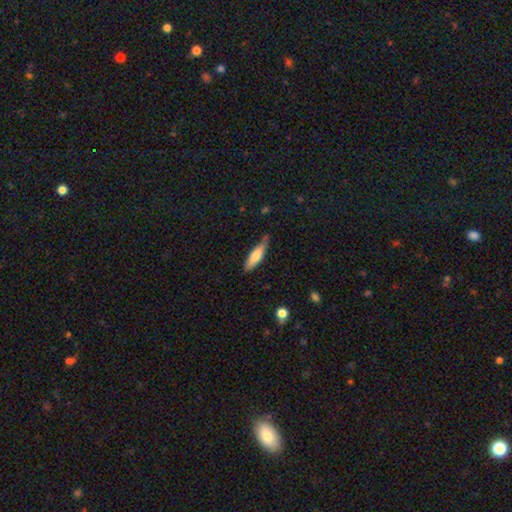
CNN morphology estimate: smooth-or-featured: smooth: 70% | featured or disk: 24% | star or artifact: 6%
  how-rounded: cigar-shaped: 67% | in between: 31% | round: 2%
  merging: none: 68% | minor disturbance: 25% | major disturbance: 4% | merger: 3%